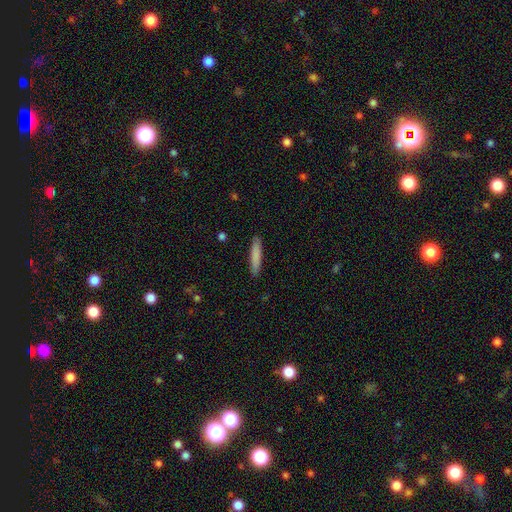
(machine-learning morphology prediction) smooth-or-featured: smooth: 83% | featured or disk: 12% | star or artifact: 6%
  how-rounded: cigar-shaped: 91% | in between: 7% | round: 1%
  merging: none: 90% | minor disturbance: 7% | major disturbance: 2% | merger: 1%